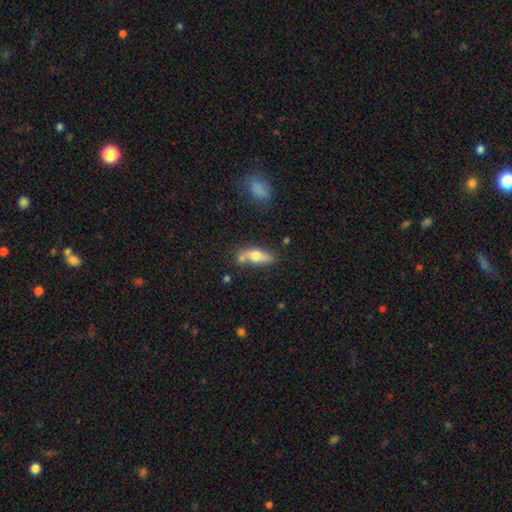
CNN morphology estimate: This is likely a smooth galaxy (64%). How rounded: likely in between (62%). Merging: possibly none (54%).